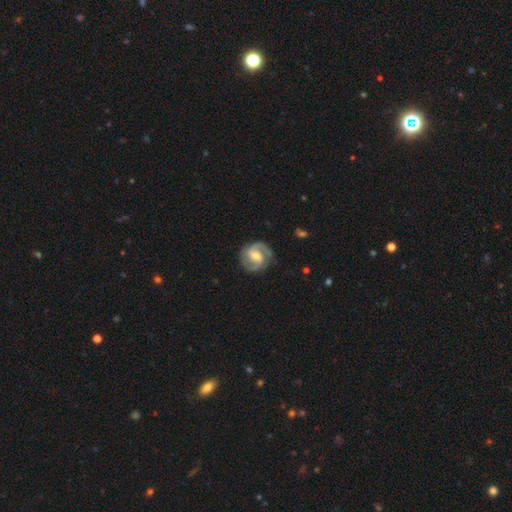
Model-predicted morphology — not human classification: smooth-or-featured: featured or disk: 89% | smooth: 7% | star or artifact: 4%
  disk-edge-on: no: 98% | yes: 2%
    bar: weak: 51% | no: 27% | strong: 22%
    has-spiral-arms: yes: 98% | no: 2%
      spiral-winding: medium: 51% | tight: 39% | loose: 10%
      spiral-arm-count: 2: 91% | 3: 3% | can't tell: 3% | 1: 1% | 4: 1% | more than 4: 1%
    bulge-size: moderate: 56% | small: 33% | large: 6% | none: 4% | dominant: 1%
  merging: none: 83% | minor disturbance: 12% | major disturbance: 4% | merger: 1%